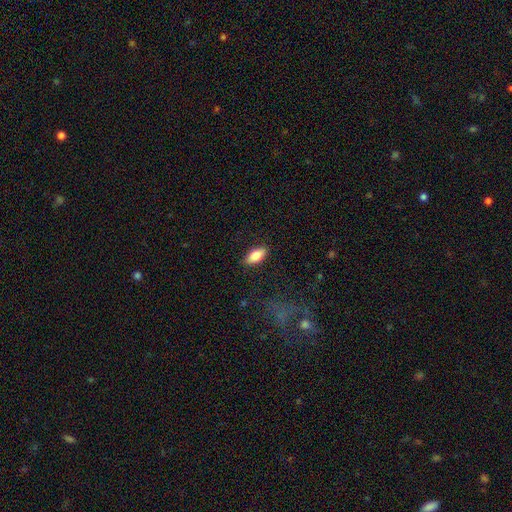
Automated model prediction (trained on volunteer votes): A smooth galaxy with no disk features (78%) that is in between round and cigar-shaped (82%). Merging: none (87%).